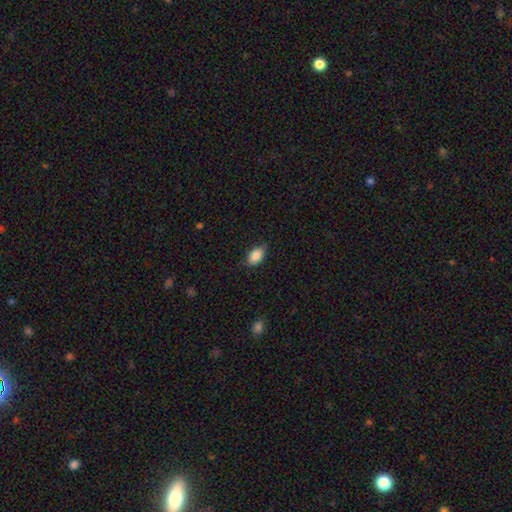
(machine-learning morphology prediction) Smooth or featured? Predicted: smooth (p=0.88). How rounded? Predicted: in between (p=0.91). Merging? Predicted: none (p=0.78).